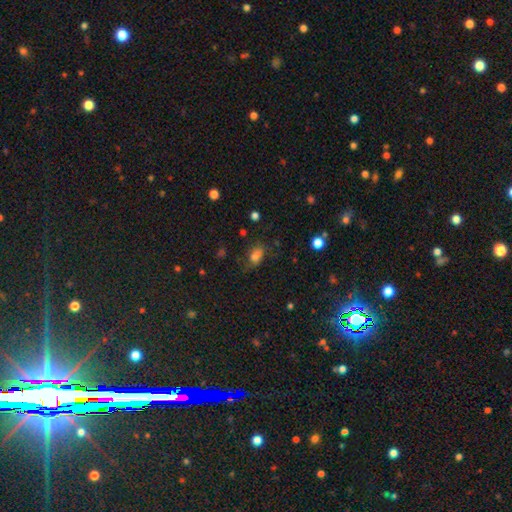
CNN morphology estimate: smooth_or_featured: smooth (p=0.72) [alt: star or artifact p=0.16]
how_rounded: in between (p=0.83) [alt: round p=0.12]
merging: none (p=0.57) [alt: minor disturbance p=0.25]